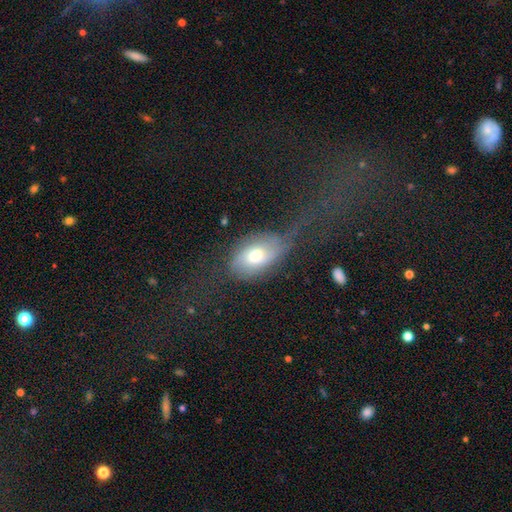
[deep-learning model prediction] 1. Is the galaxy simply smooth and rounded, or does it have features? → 56% smooth, 35% featured or disk, 9% star or artifact.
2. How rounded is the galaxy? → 86% in between, 12% round, 2% cigar-shaped.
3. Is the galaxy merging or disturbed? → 38% major disturbance, 33% none, 26% minor disturbance, 3% merger.